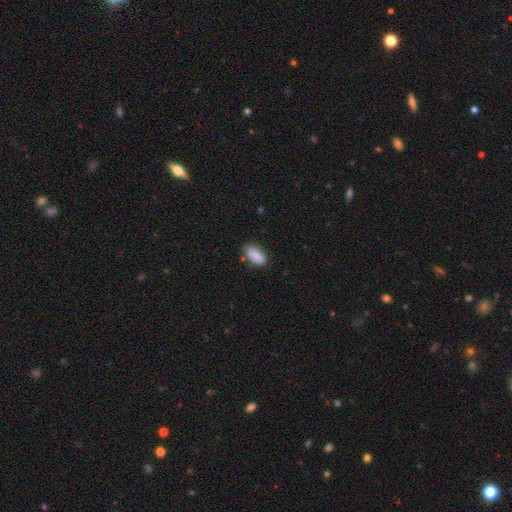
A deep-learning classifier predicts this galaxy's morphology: smooth 88%, star or artifact 7%, featured or disk 5%. Down the decision tree: how rounded — in between (89%); merging — none (74%).